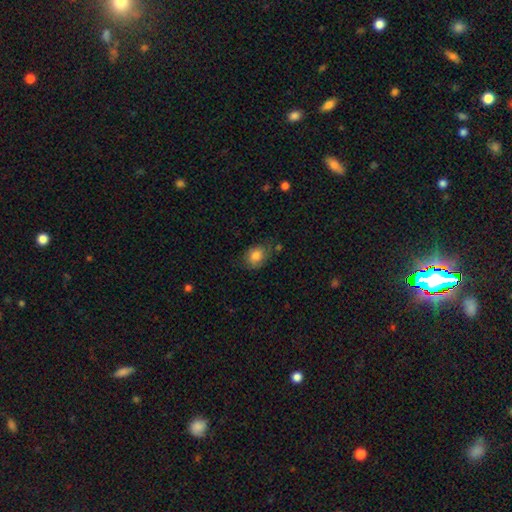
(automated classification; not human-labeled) The model was most divided on "how rounded": in between: 55%, round: 44%, cigar-shaped: 1%. More confident: smooth or featured — smooth (82%); merging — none (69%).